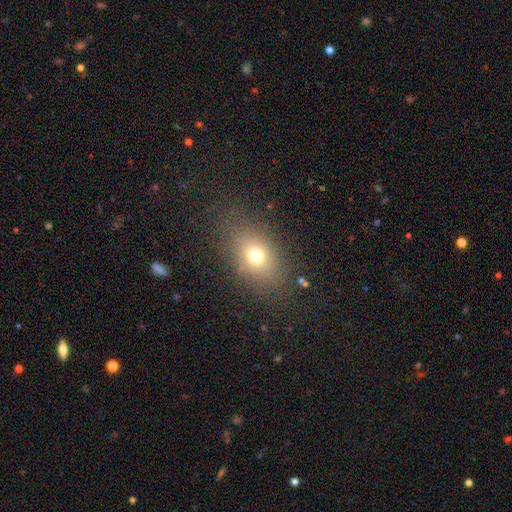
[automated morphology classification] type=smooth (70%); roundness=in between (70%); merging=none (80%).